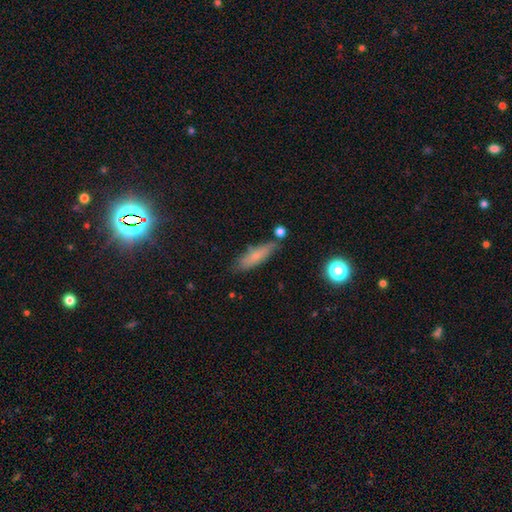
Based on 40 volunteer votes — Smooth or featured: smooth — 70% (featured or disk — 20%)
How rounded: cigar-shaped — 61% (in between — 36%)
Merging: none — 64% (minor disturbance — 22%)